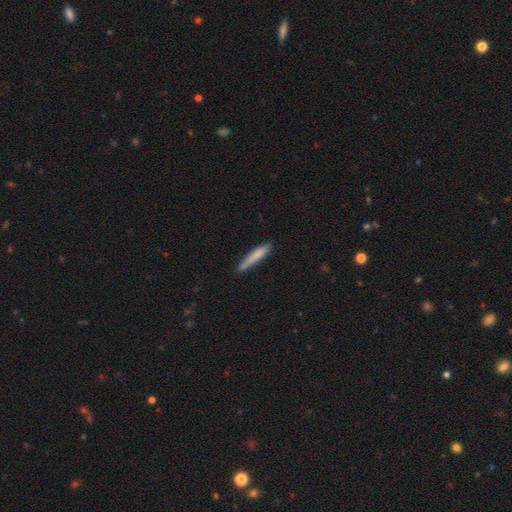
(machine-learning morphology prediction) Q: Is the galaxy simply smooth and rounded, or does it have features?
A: smooth — 73%.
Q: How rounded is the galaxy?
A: cigar-shaped — 94%.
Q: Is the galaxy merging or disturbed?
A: none — 73%.